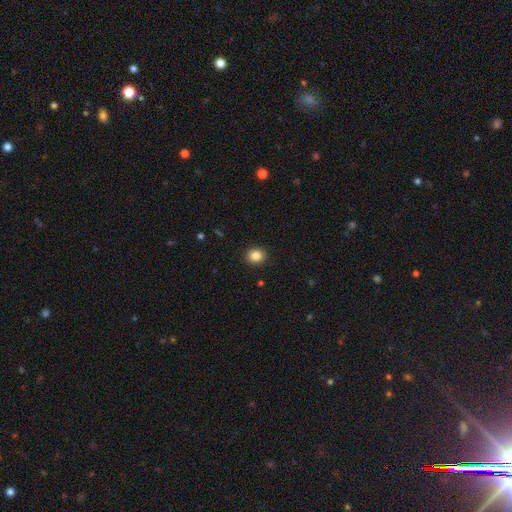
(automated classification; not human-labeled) Smooth or featured?
  - smooth: 86% *
  - star or artifact: 10%
  - featured or disk: 4%
How rounded?
  - round: 74% *
  - in between: 25%
  - cigar-shaped: 1%
Merging?
  - none: 91% *
  - minor disturbance: 6%
  - major disturbance: 2%
  - merger: 1%